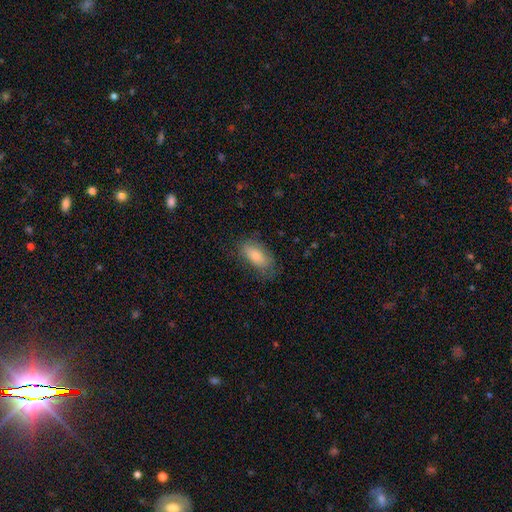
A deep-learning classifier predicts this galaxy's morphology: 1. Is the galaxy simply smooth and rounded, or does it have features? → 78% smooth, 15% featured or disk, 7% star or artifact.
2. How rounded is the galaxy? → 89% in between, 7% cigar-shaped, 4% round.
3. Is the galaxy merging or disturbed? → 71% none, 20% minor disturbance, 7% major disturbance, 1% merger.